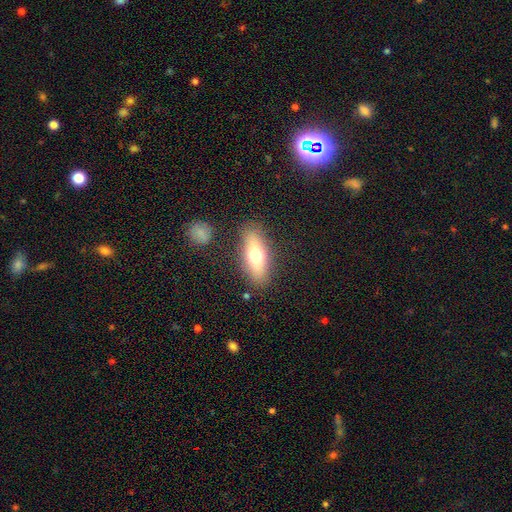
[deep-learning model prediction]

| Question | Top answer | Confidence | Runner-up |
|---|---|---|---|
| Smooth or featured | smooth | 64% | featured or disk (28%) |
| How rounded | in between | 65% | cigar-shaped (30%) |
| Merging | none | 83% | minor disturbance (11%) |